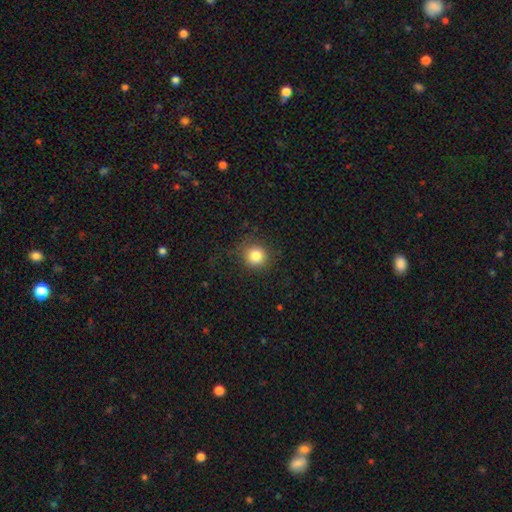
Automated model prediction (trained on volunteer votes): smooth 83%, star or artifact 12%, featured or disk 6%. Down the decision tree: how rounded — round (91%); merging — none (84%).